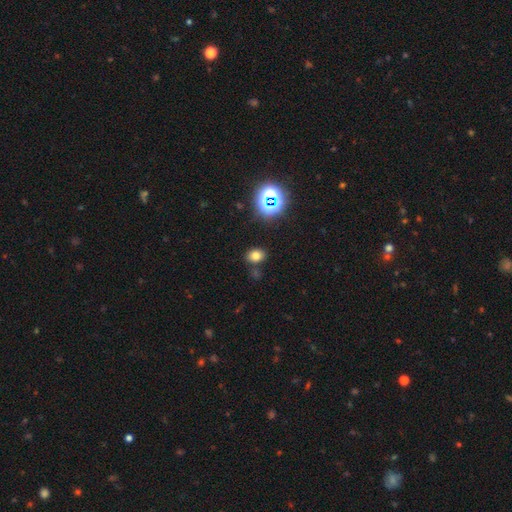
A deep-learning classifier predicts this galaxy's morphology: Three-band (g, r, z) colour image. It shows a smooth galaxy with no disk features (73%) that is in between round and cigar-shaped (63%). Merging: none (79%).